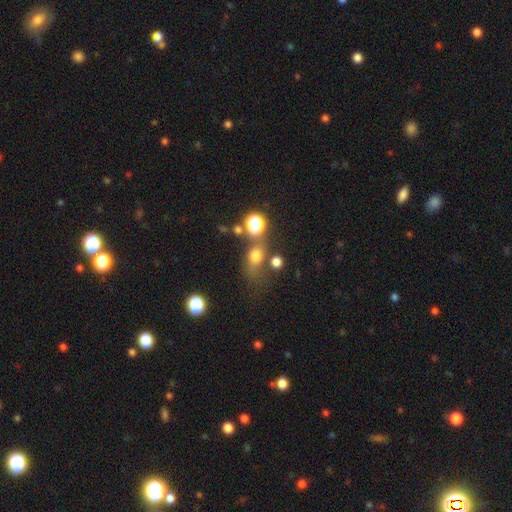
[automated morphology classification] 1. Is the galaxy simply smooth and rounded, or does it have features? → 67% smooth, 20% star or artifact, 13% featured or disk.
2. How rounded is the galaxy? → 49% in between, 47% round, 4% cigar-shaped.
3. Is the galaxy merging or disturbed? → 45% none, 21% merger, 18% minor disturbance, 16% major disturbance.